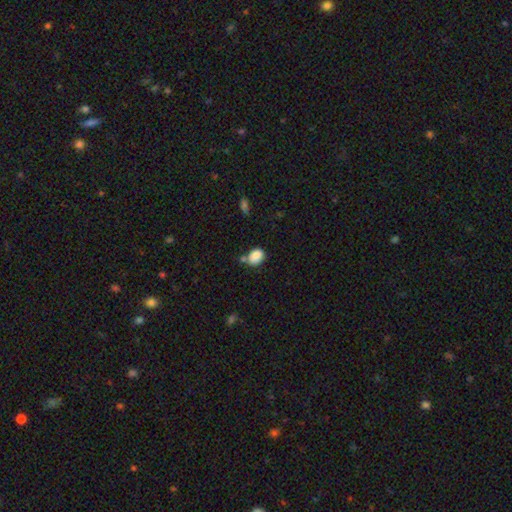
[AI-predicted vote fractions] Q: Smooth or featured?
A: smooth (85%); runner-up: star or artifact (9%)
Q: How rounded?
A: in between (62%); runner-up: round (37%)
Q: Merging?
A: none (54%); runner-up: minor disturbance (21%)